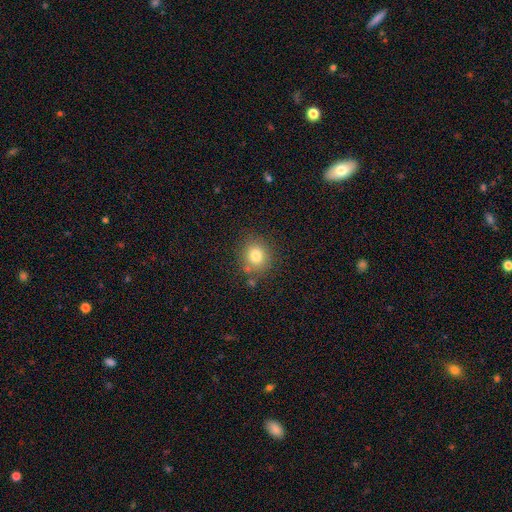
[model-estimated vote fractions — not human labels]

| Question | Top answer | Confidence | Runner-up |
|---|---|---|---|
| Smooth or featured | smooth | 79% | star or artifact (12%) |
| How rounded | round | 81% | in between (18%) |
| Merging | none | 77% | minor disturbance (13%) |